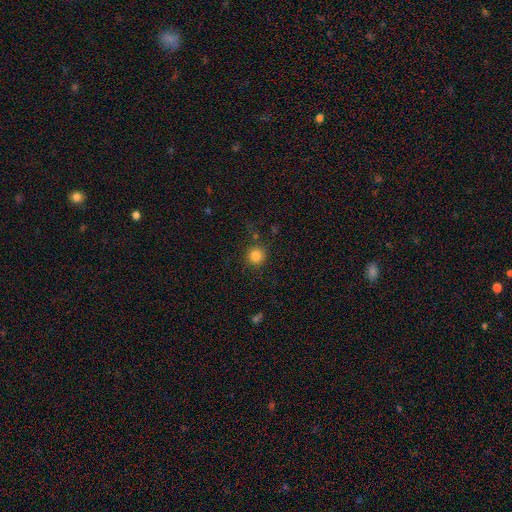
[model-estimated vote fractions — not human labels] smooth-or-featured: smooth: 84% | star or artifact: 12% | featured or disk: 5%
  how-rounded: round: 93% | in between: 6% | cigar-shaped: 1%
  merging: none: 84% | minor disturbance: 9% | major disturbance: 4% | merger: 3%